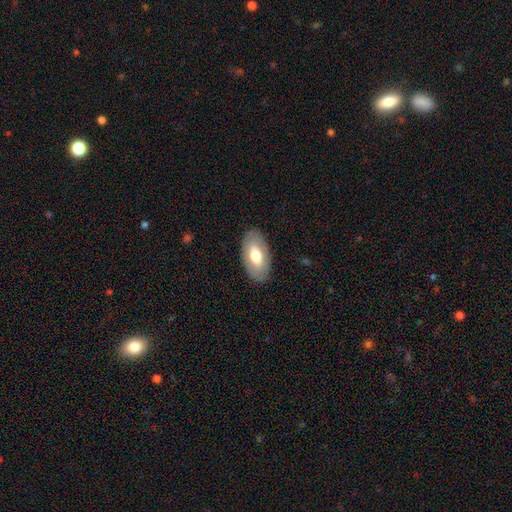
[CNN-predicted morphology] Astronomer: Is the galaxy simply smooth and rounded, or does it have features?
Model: smooth — 66%.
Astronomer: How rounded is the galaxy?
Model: in between — 94%.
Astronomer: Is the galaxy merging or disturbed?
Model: none — 86%.